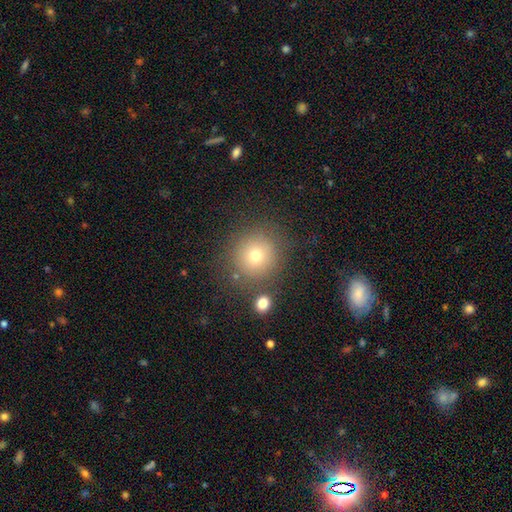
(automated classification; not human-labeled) Smooth or featured?
  - smooth: 72% *
  - star or artifact: 16%
  - featured or disk: 13%
How rounded?
  - round: 93% *
  - in between: 6%
  - cigar-shaped: 1%
Merging?
  - none: 81% *
  - minor disturbance: 9%
  - merger: 5%
  - major disturbance: 4%